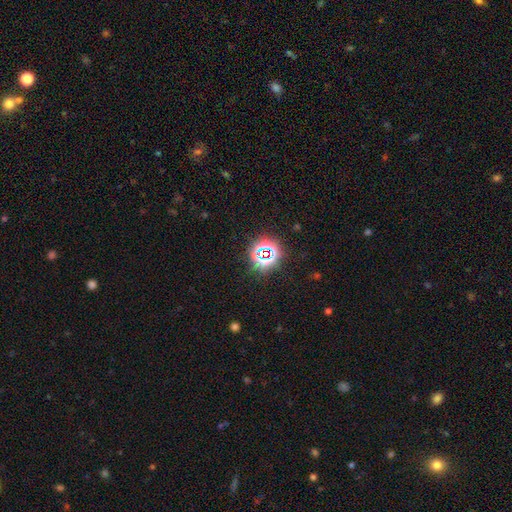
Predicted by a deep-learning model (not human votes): Morphology: type=star or artifact (73%).